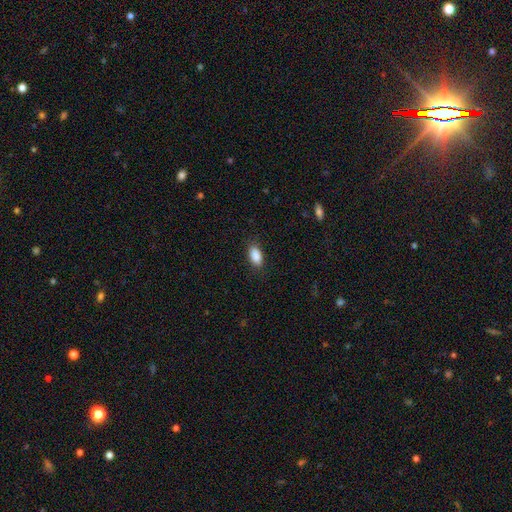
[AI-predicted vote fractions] Smooth or featured? Predicted: smooth (p=0.89). How rounded? Predicted: in between (p=0.91). Merging? Predicted: none (p=0.85).